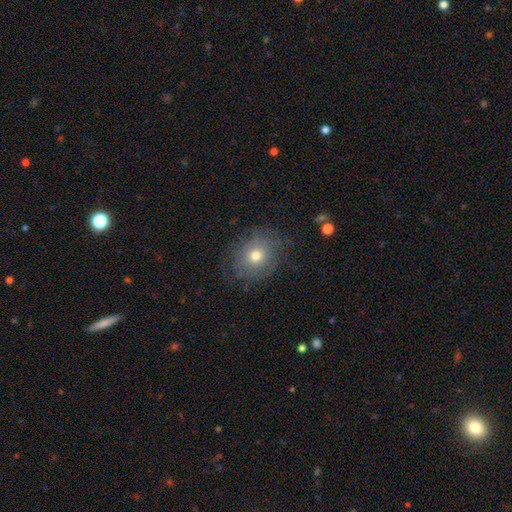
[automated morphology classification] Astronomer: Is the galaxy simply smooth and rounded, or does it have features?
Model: smooth — 62%.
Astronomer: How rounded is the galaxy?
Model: round — 72%.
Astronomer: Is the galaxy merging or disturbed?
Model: none — 74%.